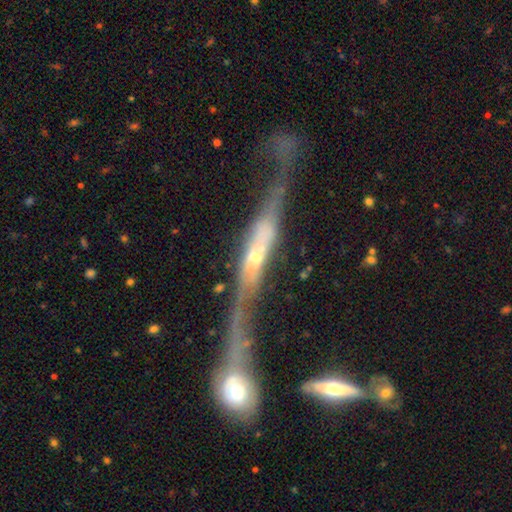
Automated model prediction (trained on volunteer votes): Overall: featured or disk (72%). Edge-on disk: yes (67%; no 33%). Merging: major disturbance (33%; none 28%).